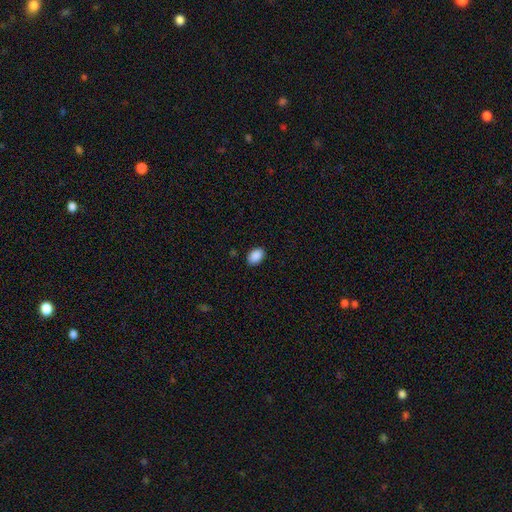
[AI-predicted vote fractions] Smooth or featured: smooth — 90% (star or artifact — 7%)
How rounded: in between — 87% (round — 12%)
Merging: none — 88% (minor disturbance — 9%)